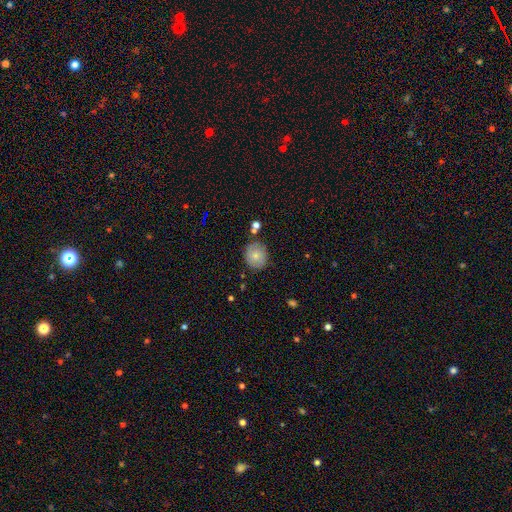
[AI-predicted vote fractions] Smooth or featured: smooth — 68% (featured or disk — 23%)
How rounded: round — 76% (in between — 24%)
Merging: none — 78% (minor disturbance — 15%)